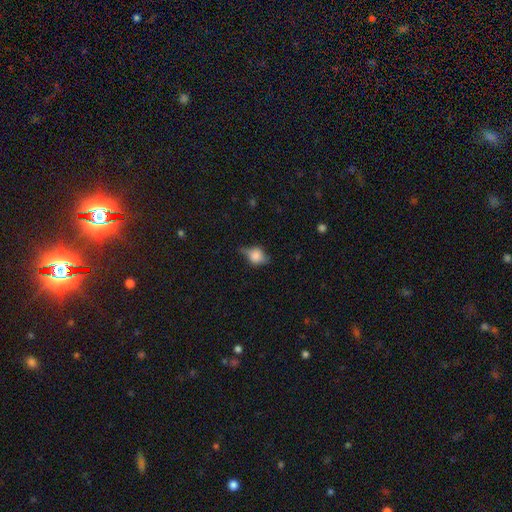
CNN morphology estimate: Q: Smooth or featured?
A: smooth (60%); runner-up: featured or disk (30%)
Q: How rounded?
A: in between (49%); runner-up: round (47%)
Q: Merging?
A: none (55%); runner-up: minor disturbance (31%)